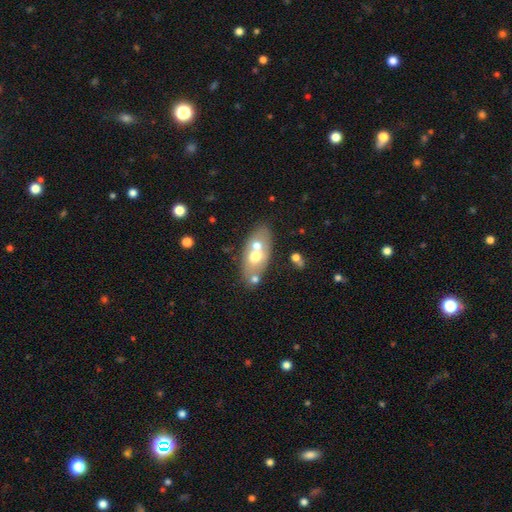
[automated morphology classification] smooth_or_featured: smooth (p=0.55) [alt: featured or disk p=0.37]
how_rounded: in between (p=0.86) [alt: round p=0.08]
merging: none (p=0.51) [alt: merger p=0.33]